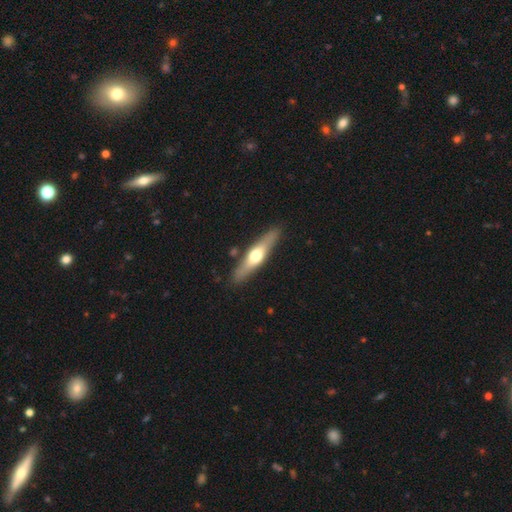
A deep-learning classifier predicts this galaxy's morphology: Overall: featured or disk (57%; smooth 38%). Edge-on disk: yes (92%). Edge-on bulge: rounded (93%). Merging: none (87%).